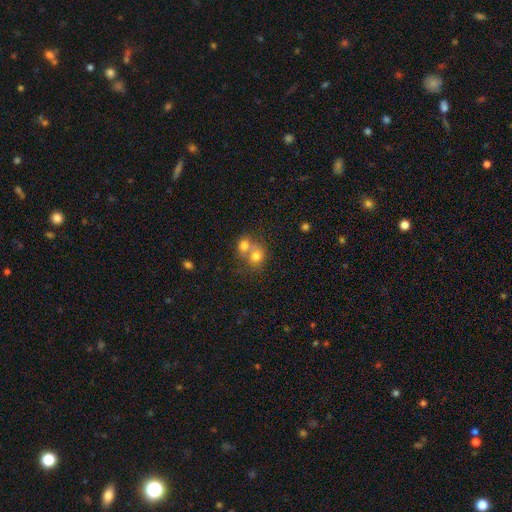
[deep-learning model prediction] Q: Smooth or featured?
A: smooth (72%); runner-up: featured or disk (16%)
Q: How rounded?
A: round (72%); runner-up: in between (27%)
Q: Merging?
A: merger (65%); runner-up: none (26%)